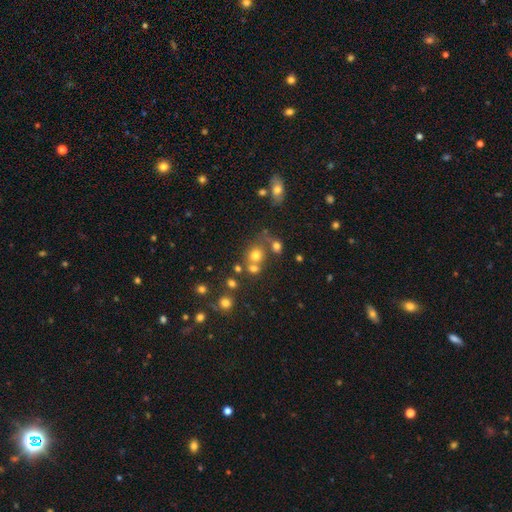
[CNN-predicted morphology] Smooth or featured?
  - smooth: 69% *
  - star or artifact: 19%
  - featured or disk: 12%
How rounded?
  - round: 80% *
  - in between: 19%
  - cigar-shaped: 1%
Merging?
  - none: 53% *
  - merger: 32%
  - minor disturbance: 10%
  - major disturbance: 5%